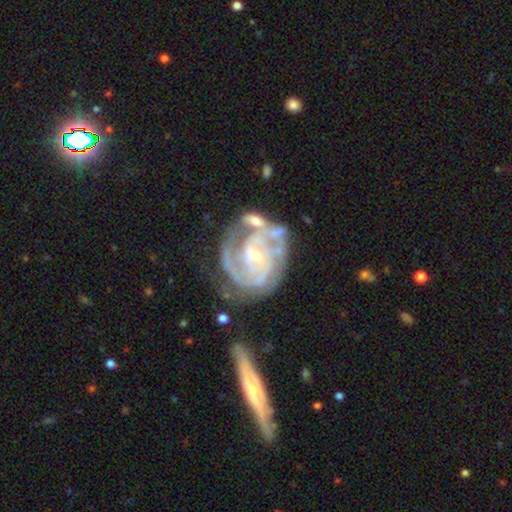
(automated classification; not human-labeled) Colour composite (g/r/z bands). It shows a featured or disk galaxy (89%) with no bar (56%), 2 (35%) tight (68%) spiral arms (95%) and a small central bulge (61%). Merging: none (48%).